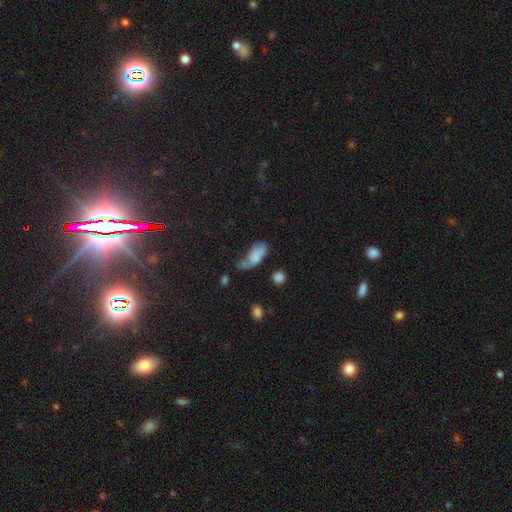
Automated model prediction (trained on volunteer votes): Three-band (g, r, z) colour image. It shows a smooth galaxy with no disk features (66%) that is in between round and cigar-shaped (87%). Merging: major disturbance (32%).